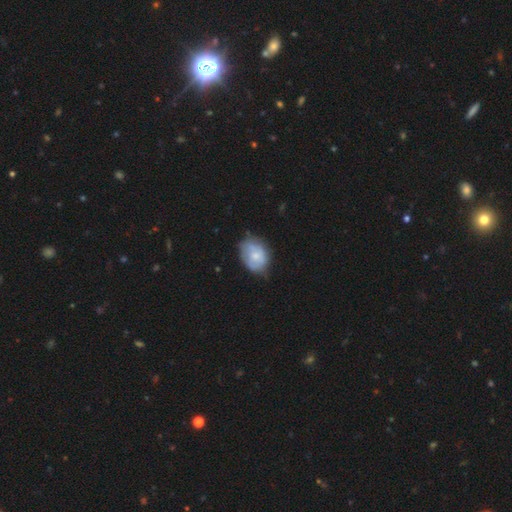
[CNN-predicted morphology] Smooth or featured: smooth — 61% (featured or disk — 32%)
How rounded: in between — 68% (round — 31%)
Merging: none — 57% (minor disturbance — 32%)